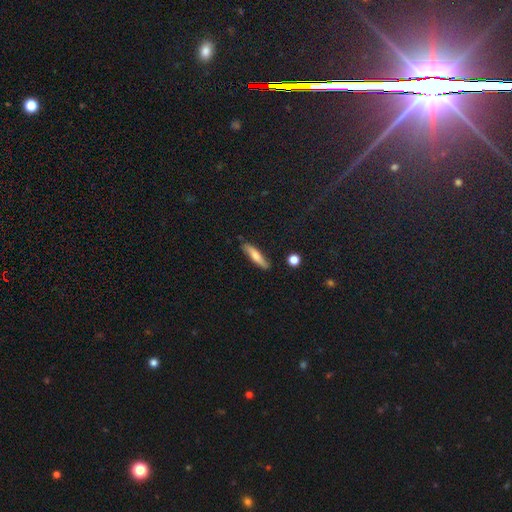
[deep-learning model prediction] Smooth or featured?
  - smooth: 65% *
  - featured or disk: 29%
  - star or artifact: 6%
How rounded?
  - cigar-shaped: 82% *
  - in between: 16%
  - round: 2%
Merging?
  - none: 83% *
  - minor disturbance: 12%
  - merger: 2%
  - major disturbance: 2%